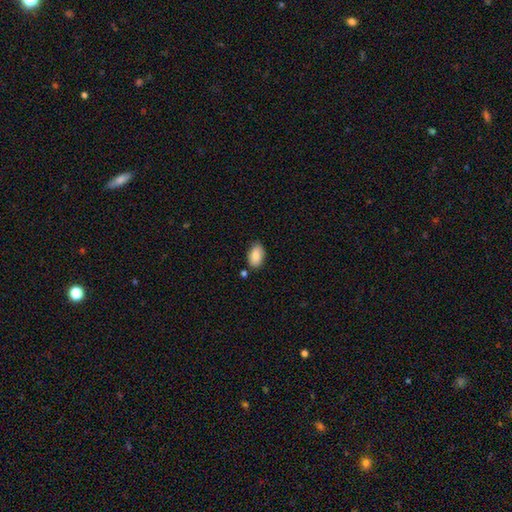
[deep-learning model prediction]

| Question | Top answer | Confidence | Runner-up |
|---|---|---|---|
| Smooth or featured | smooth | 86% | featured or disk (7%) |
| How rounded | in between | 93% | round (5%) |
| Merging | none | 78% | minor disturbance (14%) |